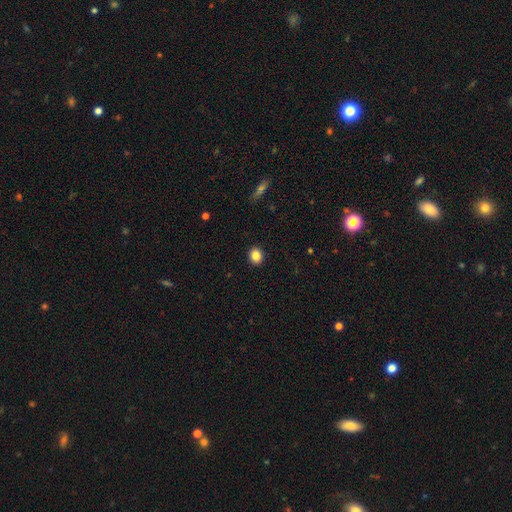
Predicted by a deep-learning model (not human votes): Smooth or featured: smooth — 85% (star or artifact — 10%)
How rounded: round — 68% (in between — 31%)
Merging: none — 92% (minor disturbance — 5%)